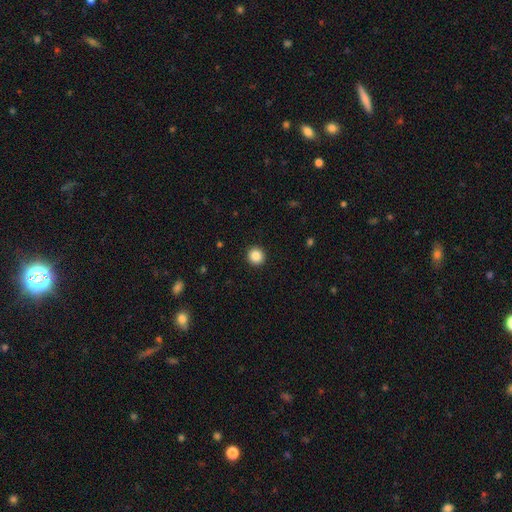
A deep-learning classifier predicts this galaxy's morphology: smooth-or-featured: smooth: 87% | star or artifact: 9% | featured or disk: 4%
  how-rounded: round: 92% | in between: 7% | cigar-shaped: 1%
  merging: none: 93% | minor disturbance: 4% | major disturbance: 2% | merger: 1%